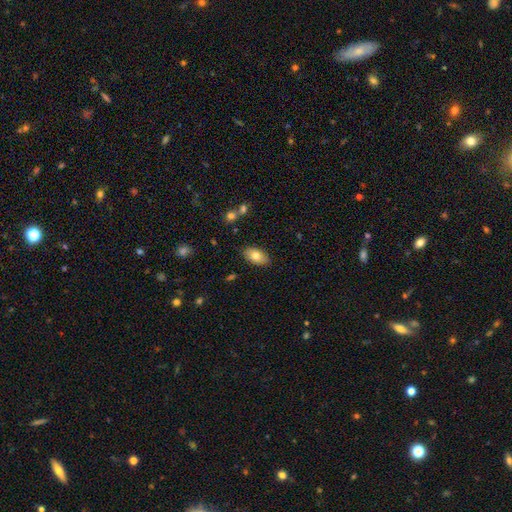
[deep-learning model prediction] smooth-or-featured: smooth: 76% | featured or disk: 17% | star or artifact: 7%
  how-rounded: in between: 93% | round: 5% | cigar-shaped: 2%
  merging: none: 82% | minor disturbance: 14% | major disturbance: 2% | merger: 2%